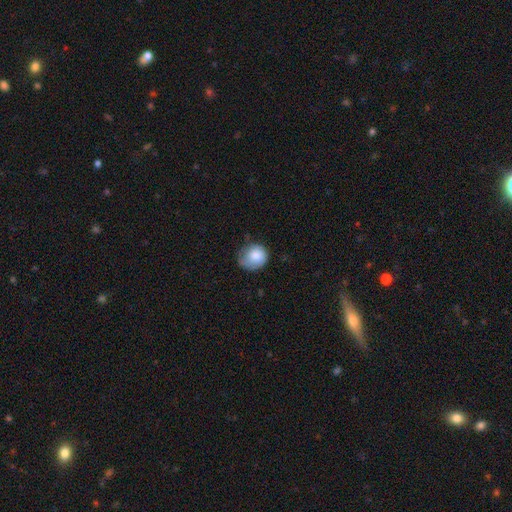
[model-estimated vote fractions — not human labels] Smooth or featured: smooth — 81% (featured or disk — 12%)
How rounded: round — 75% (in between — 25%)
Merging: none — 47% (minor disturbance — 36%)